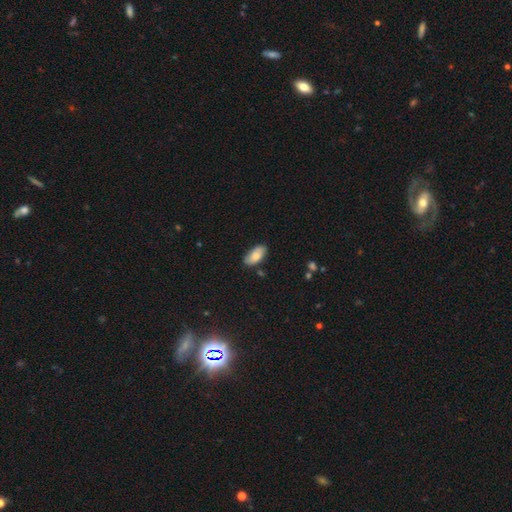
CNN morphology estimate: smooth_or_featured: smooth (p=0.76) [alt: featured or disk p=0.18]
how_rounded: in between (p=0.93) [alt: cigar-shaped p=0.04]
merging: none (p=0.80) [alt: minor disturbance p=0.16]